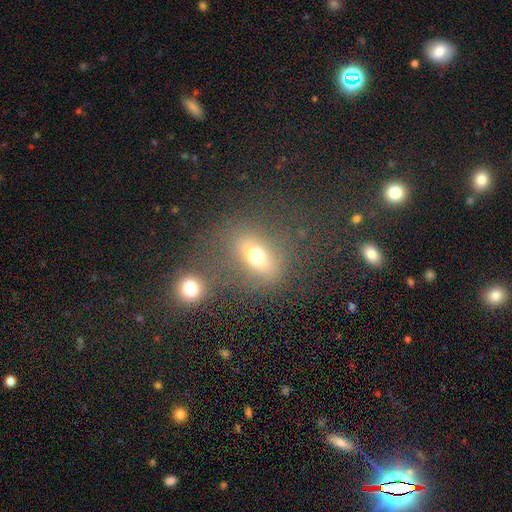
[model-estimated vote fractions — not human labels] Q: Smooth or featured?
A: smooth (64%); runner-up: star or artifact (20%)
Q: How rounded?
A: in between (51%); runner-up: round (47%)
Q: Merging?
A: none (61%); runner-up: merger (15%)